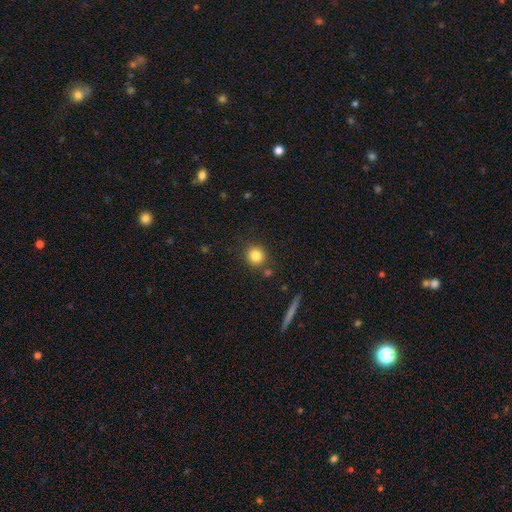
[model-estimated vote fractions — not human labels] This is clearly a smooth galaxy (83%). How rounded: clearly round (92%). Merging: clearly none (82%).